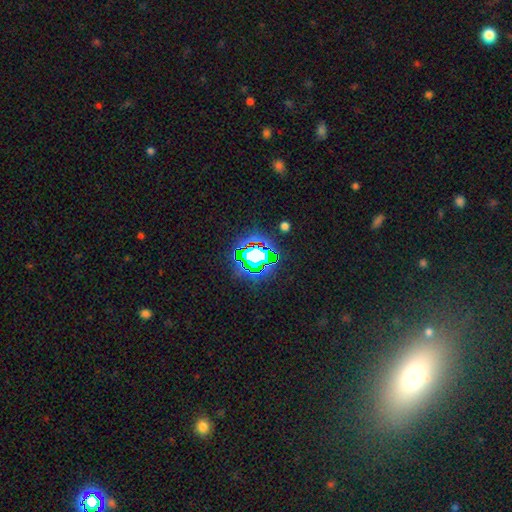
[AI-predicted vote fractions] Smooth or featured?
  - star or artifact: 68% *
  - smooth: 19%
  - featured or disk: 13%